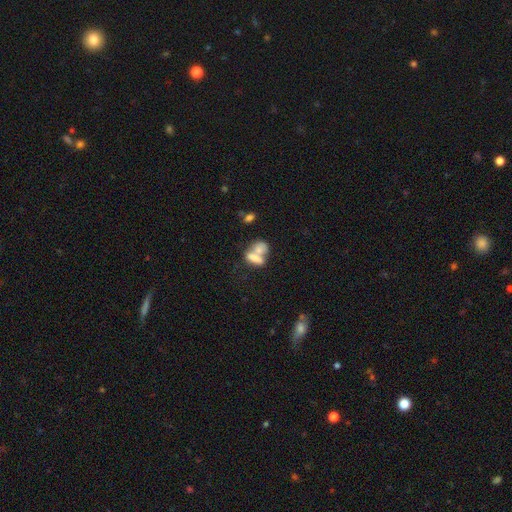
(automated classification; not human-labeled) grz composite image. It shows a smooth galaxy with no disk features (67%) that is in between round and cigar-shaped (73%). Merging: merger (64%).